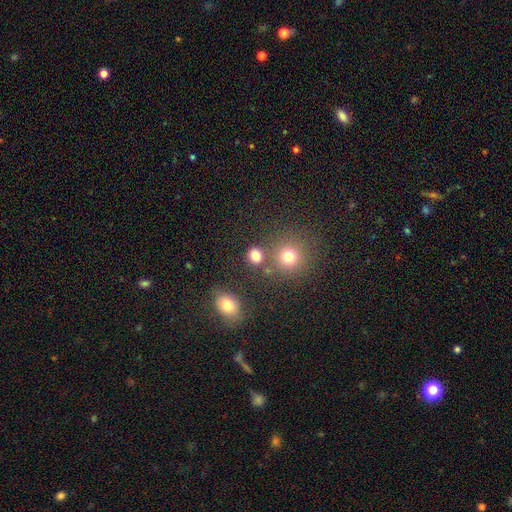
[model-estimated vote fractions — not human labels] Smooth or featured? smooth (79%)
How rounded? round (76%)
Merging? none (76%)